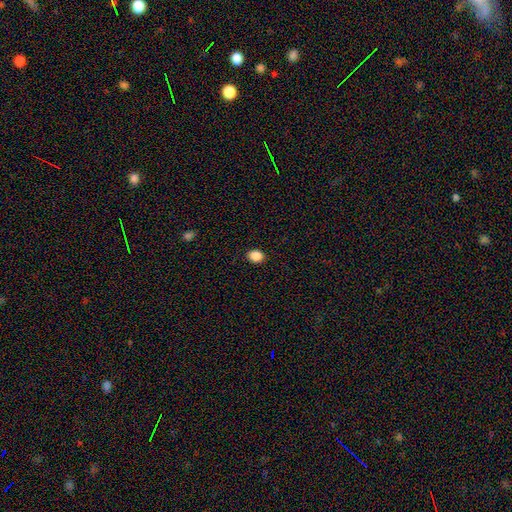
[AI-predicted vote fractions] This is clearly a smooth galaxy (88%). How rounded: possibly round (50%). Merging: clearly none (90%).